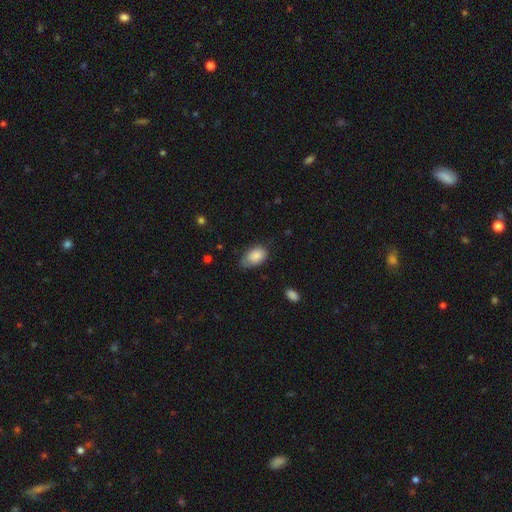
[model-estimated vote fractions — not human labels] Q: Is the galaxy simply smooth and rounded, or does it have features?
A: smooth — 83%.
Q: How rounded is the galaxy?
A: in between — 92%.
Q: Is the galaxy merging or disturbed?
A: none — 56%.